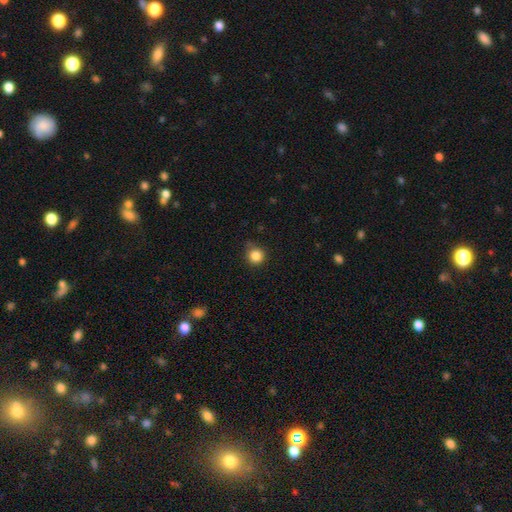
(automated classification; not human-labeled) smooth-or-featured: smooth: 85% | star or artifact: 11% | featured or disk: 4%
  how-rounded: round: 94% | in between: 5% | cigar-shaped: 1%
  merging: none: 81% | minor disturbance: 15% | major disturbance: 3% | merger: 2%